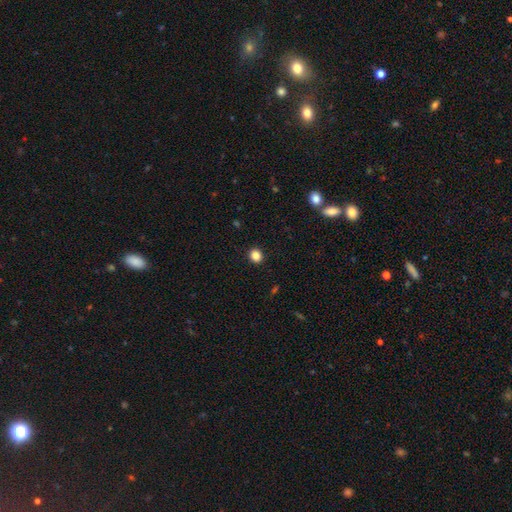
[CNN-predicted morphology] A smooth galaxy with no disk features (85%) that is round (79%). Merging: none (92%).